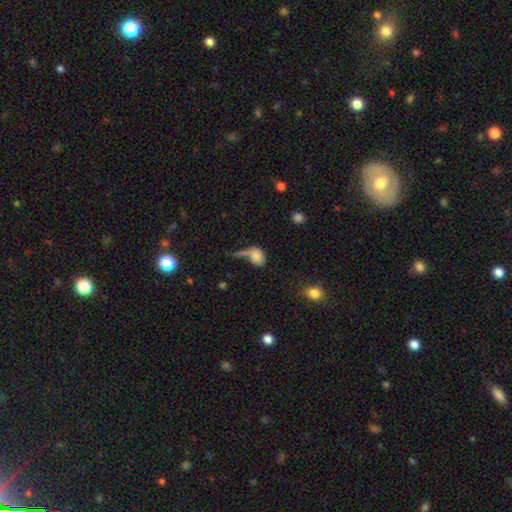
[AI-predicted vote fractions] A smooth galaxy with no disk features (78%) that is in between round and cigar-shaped (67%).

Vote fractions:
- Smooth or featured? smooth: 78% / featured or disk: 12% / star or artifact: 10%
- How rounded? in between: 67% / round: 30% / cigar-shaped: 3%
- Merging? none: 33% / merger: 29% / major disturbance: 21% / minor disturbance: 17%